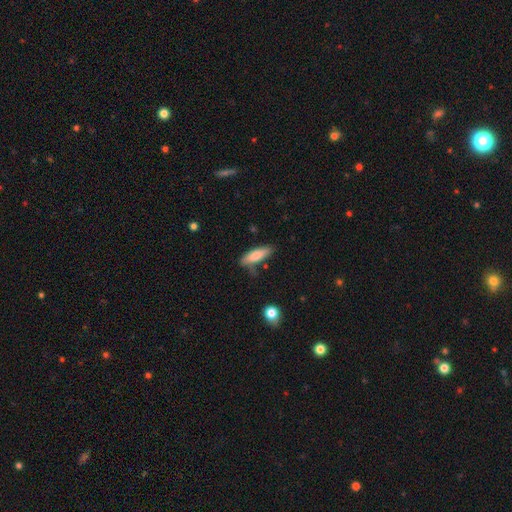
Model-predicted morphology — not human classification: smooth 78%, featured or disk 16%, star or artifact 6%. Down the decision tree: how rounded — cigar-shaped (53%); merging — none (70%).